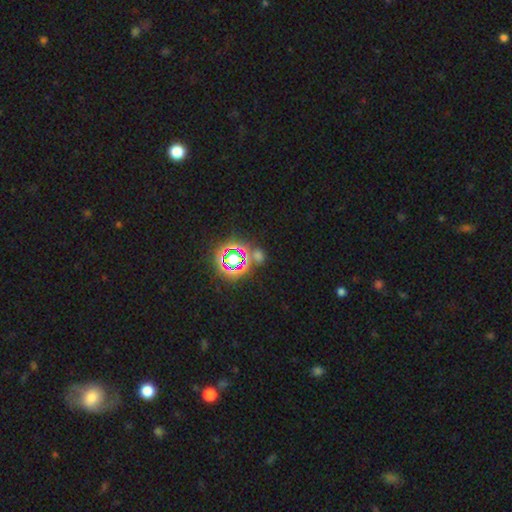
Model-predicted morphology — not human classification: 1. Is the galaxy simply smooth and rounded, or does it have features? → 70% star or artifact, 20% smooth, 9% featured or disk.